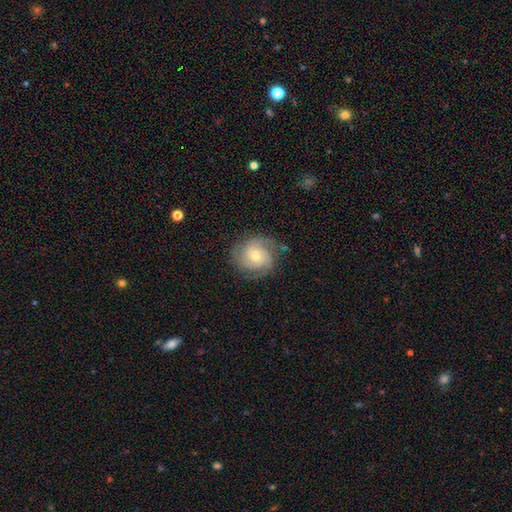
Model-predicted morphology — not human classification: A featured or disk galaxy (80%) with no bar (73%), 2 (34%) tight (61%) spiral arms (95%) and a moderate central bulge (62%). Merging: none (76%).